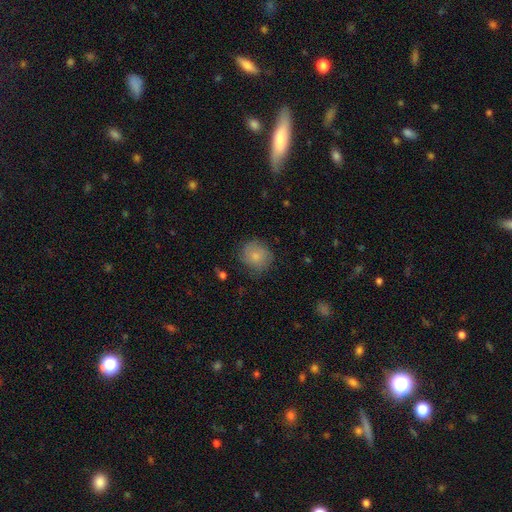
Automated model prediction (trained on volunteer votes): The model was most divided on "merging": none: 74%, minor disturbance: 19%, major disturbance: 5%, merger: 1%. More confident: how rounded — round (87%); smooth or featured — smooth (79%).